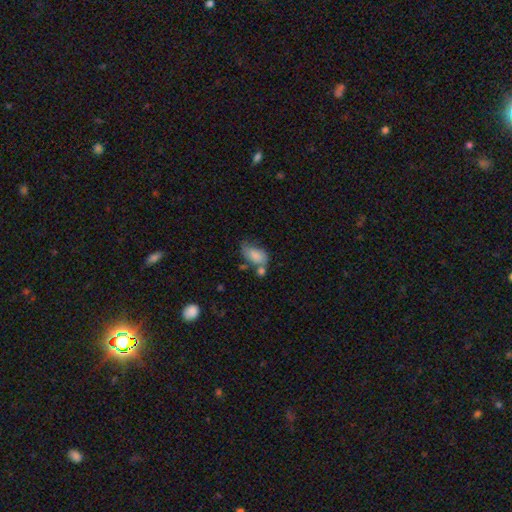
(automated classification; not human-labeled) Overall: smooth (77%). How rounded: in between (91%). Merging: none (32%; minor disturbance 27%).